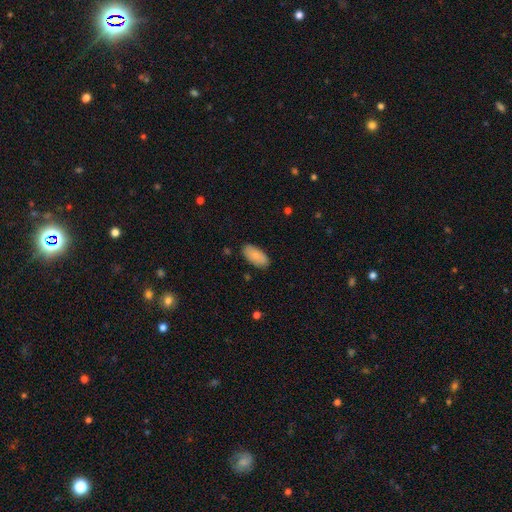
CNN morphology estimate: Q: Smooth or featured?
A: smooth (83%); runner-up: featured or disk (11%)
Q: How rounded?
A: in between (93%); runner-up: cigar-shaped (4%)
Q: Merging?
A: none (85%); runner-up: minor disturbance (12%)